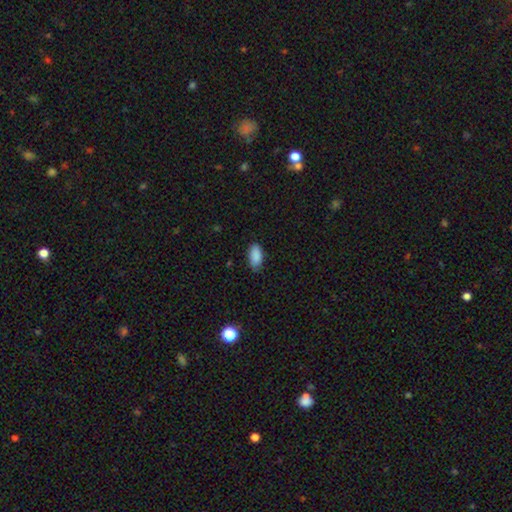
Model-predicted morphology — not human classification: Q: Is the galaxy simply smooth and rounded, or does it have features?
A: smooth — 89%.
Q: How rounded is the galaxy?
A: in between — 92%.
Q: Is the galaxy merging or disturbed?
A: none — 80%.